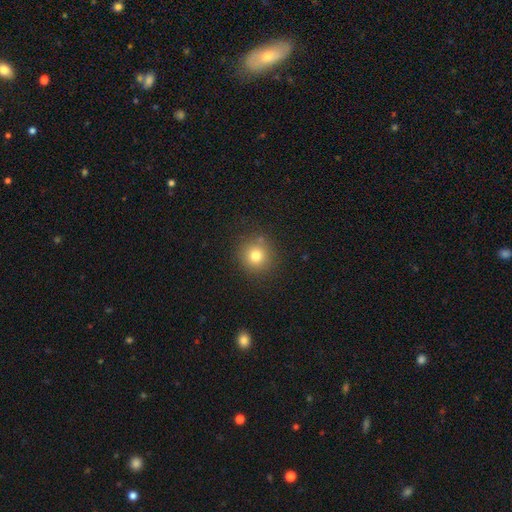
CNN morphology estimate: Smooth or featured?
  - smooth: 78% *
  - star or artifact: 14%
  - featured or disk: 8%
How rounded?
  - round: 92% *
  - in between: 7%
  - cigar-shaped: 1%
Merging?
  - none: 85% *
  - minor disturbance: 9%
  - merger: 3%
  - major disturbance: 3%